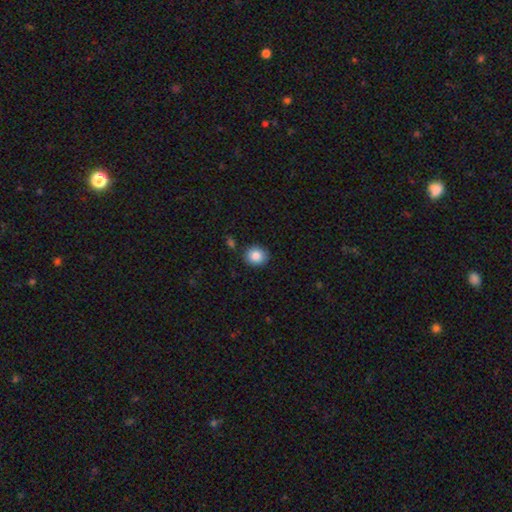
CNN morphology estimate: A smooth galaxy with no disk features (86%) that is round (81%). Merging: none (87%).